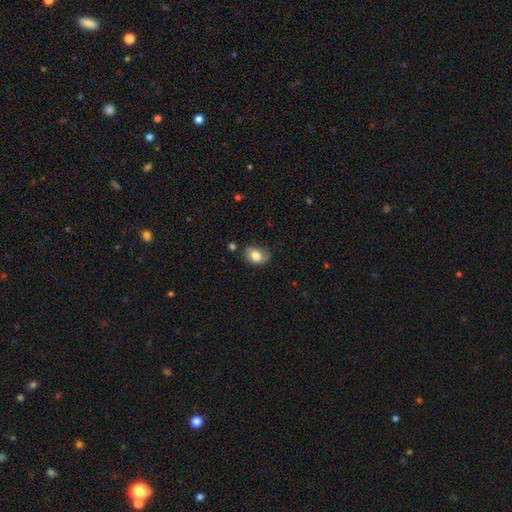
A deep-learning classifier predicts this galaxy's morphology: The model was most divided on "merging": none: 60%, minor disturbance: 29%, major disturbance: 8%, merger: 3%. More confident: smooth or featured — smooth (78%); how rounded — in between (72%).